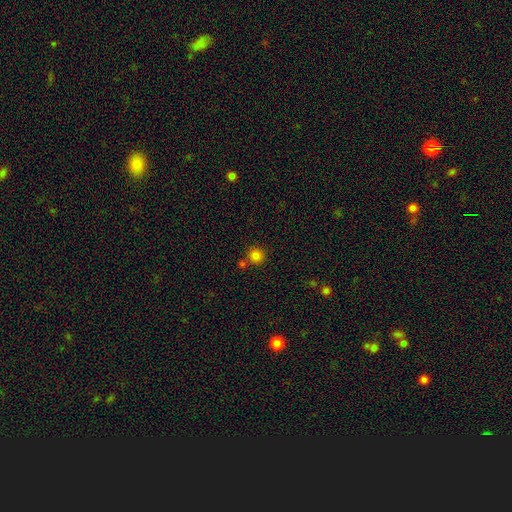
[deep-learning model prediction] Overall: smooth (82%). How rounded: round (93%). Merging: none (76%).